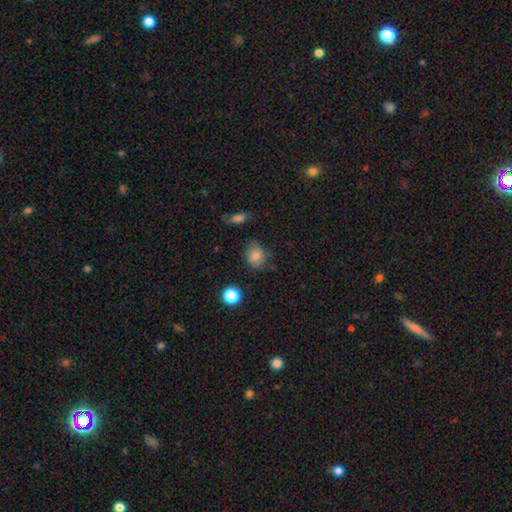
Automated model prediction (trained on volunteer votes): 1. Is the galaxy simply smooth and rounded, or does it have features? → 81% smooth, 11% star or artifact, 8% featured or disk.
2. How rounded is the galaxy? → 58% round, 41% in between, 1% cigar-shaped.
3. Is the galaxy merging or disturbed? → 71% none, 21% minor disturbance, 6% major disturbance, 3% merger.